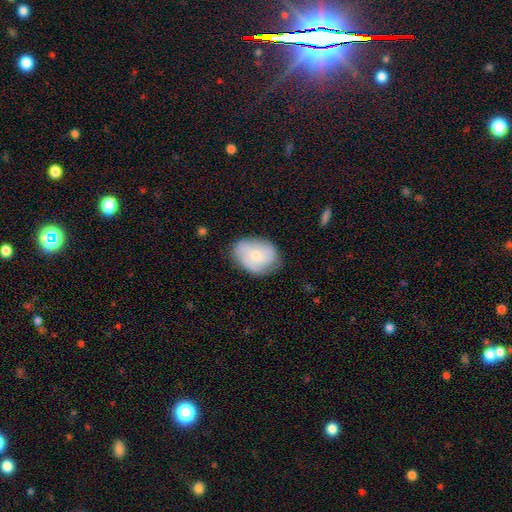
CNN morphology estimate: This appears to be a smooth galaxy with no disk features (47%). Merging: none (67%).